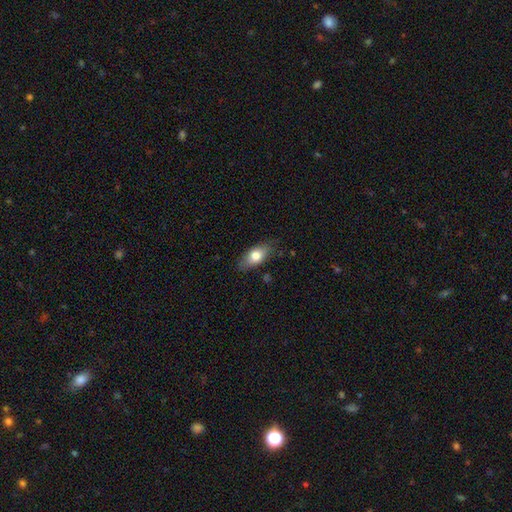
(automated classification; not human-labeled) A smooth galaxy with no disk features (74%) that is in between round and cigar-shaped (84%).

Vote fractions:
- Smooth or featured? smooth: 74% / featured or disk: 19% / star or artifact: 7%
- How rounded? in between: 84% / cigar-shaped: 10% / round: 6%
- Merging? none: 79% / minor disturbance: 17% / major disturbance: 3% / merger: 1%